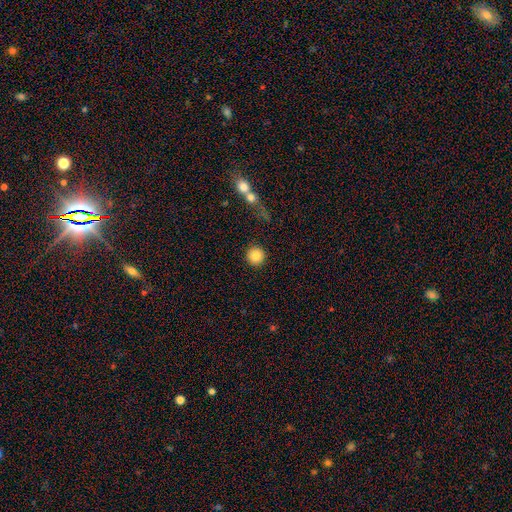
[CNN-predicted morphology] type=smooth (86%); roundness=round (95%); merging=none (88%).